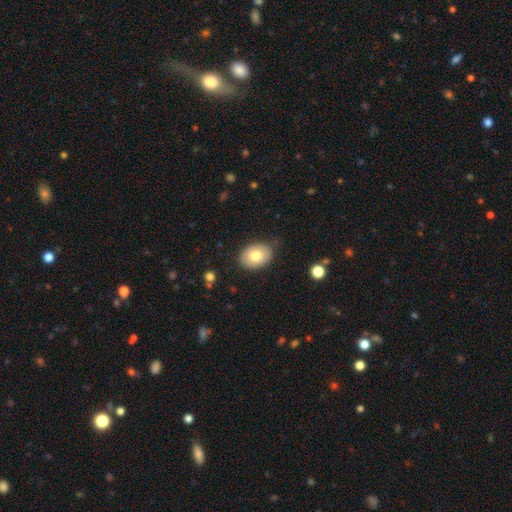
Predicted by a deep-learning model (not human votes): smooth 76%, featured or disk 17%, star or artifact 7%. Down the decision tree: how rounded — in between (77%); merging — none (81%).